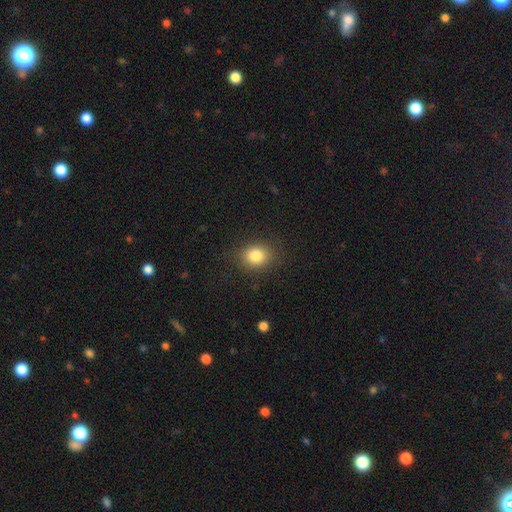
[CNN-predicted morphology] The model was most divided on "how rounded": round: 58%, in between: 41%, cigar-shaped: 1%. More confident: merging — none (85%); smooth or featured — smooth (83%).